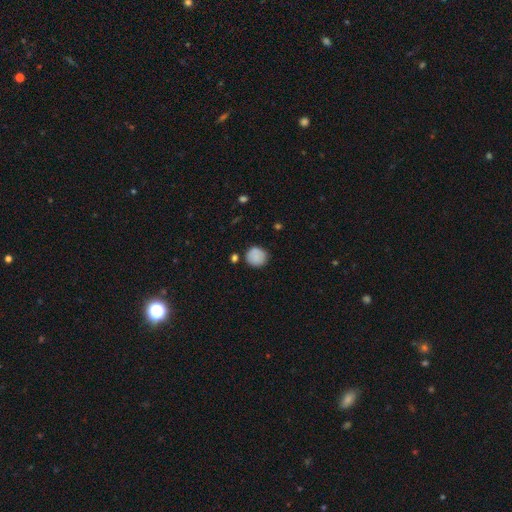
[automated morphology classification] Smooth or featured? Predicted: smooth (p=0.85). How rounded? Predicted: round (p=0.89). Merging? Predicted: none (p=0.80).